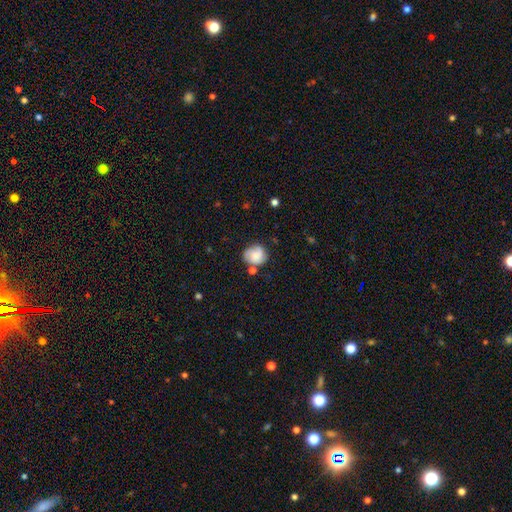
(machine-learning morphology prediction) A smooth galaxy with no disk features (64%) that is round (78%).

Vote fractions:
- Smooth or featured? smooth: 64% / featured or disk: 28% / star or artifact: 9%
- How rounded? round: 78% / in between: 21% / cigar-shaped: 1%
- Merging? none: 64% / minor disturbance: 21% / merger: 9% / major disturbance: 6%